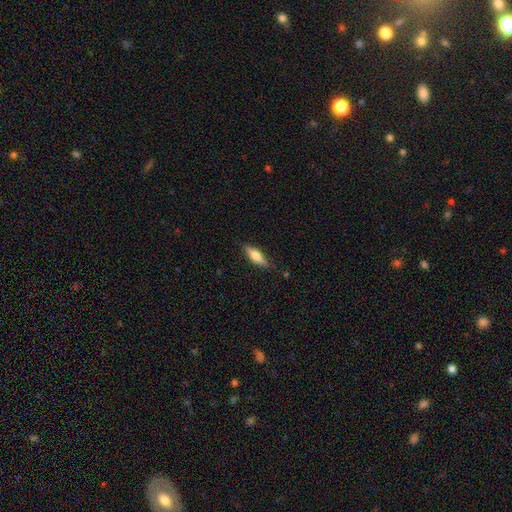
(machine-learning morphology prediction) Smooth or featured? smooth (62%)
How rounded? cigar-shaped (53%)
Merging? none (81%)